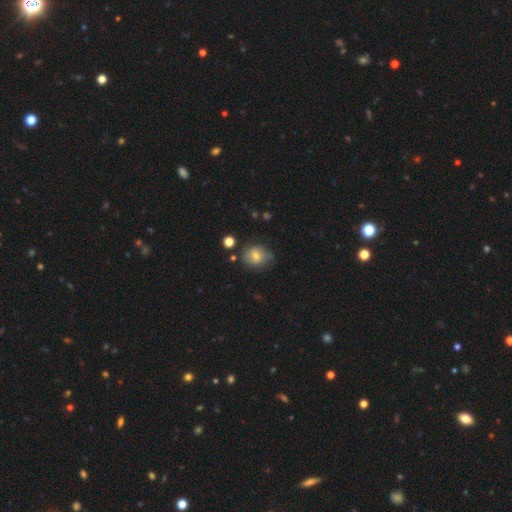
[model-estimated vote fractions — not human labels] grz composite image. It shows a smooth galaxy with no disk features (67%) that is round (75%). Merging: none (69%).